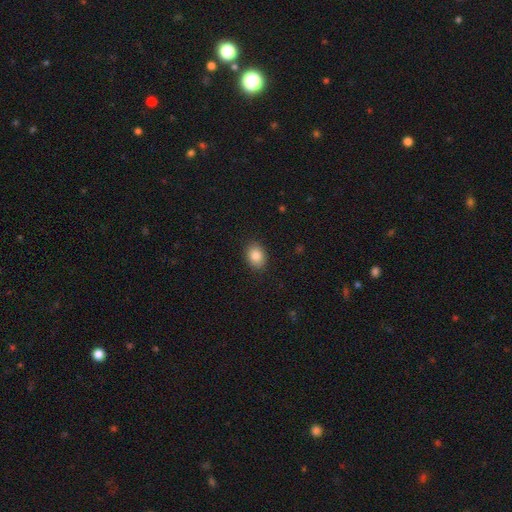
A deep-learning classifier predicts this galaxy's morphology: A smooth galaxy with no disk features (85%) that is in between round and cigar-shaped (69%). Merging: none (89%).